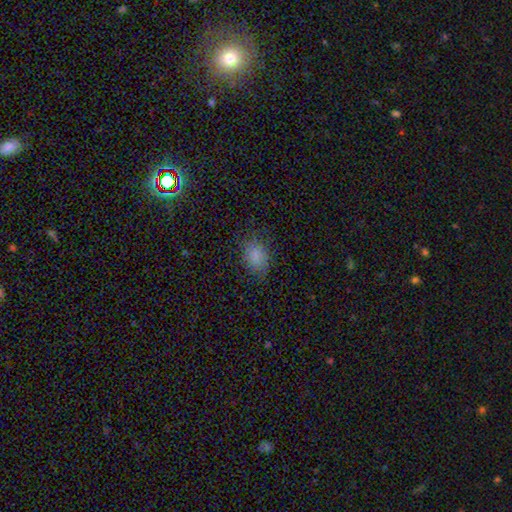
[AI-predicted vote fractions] This is clearly a smooth galaxy (83%). How rounded: likely in between (73%). Merging: likely none (76%).